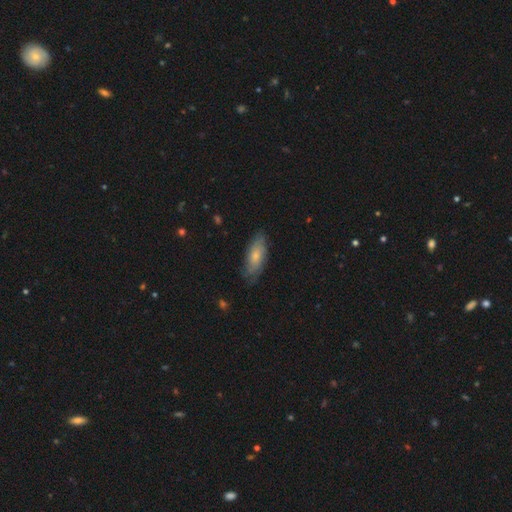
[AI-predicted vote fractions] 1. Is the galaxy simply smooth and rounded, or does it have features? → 57% smooth, 37% featured or disk, 6% star or artifact.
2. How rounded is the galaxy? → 77% in between, 21% cigar-shaped, 2% round.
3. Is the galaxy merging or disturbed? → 73% none, 21% minor disturbance, 5% major disturbance, 1% merger.